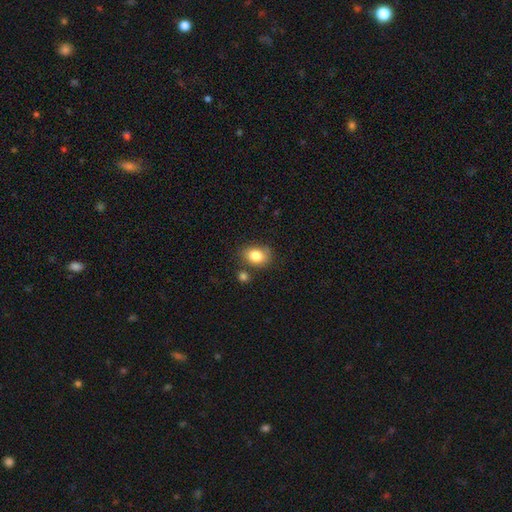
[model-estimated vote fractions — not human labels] Smooth or featured: smooth — 84% (star or artifact — 9%)
How rounded: in between — 68% (round — 31%)
Merging: none — 70% (minor disturbance — 16%)